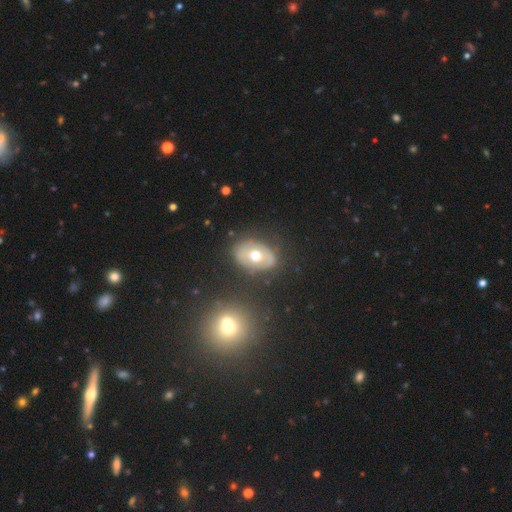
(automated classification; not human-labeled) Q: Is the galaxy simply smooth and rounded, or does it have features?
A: featured or disk — 50%.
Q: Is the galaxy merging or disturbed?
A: none — 77%.